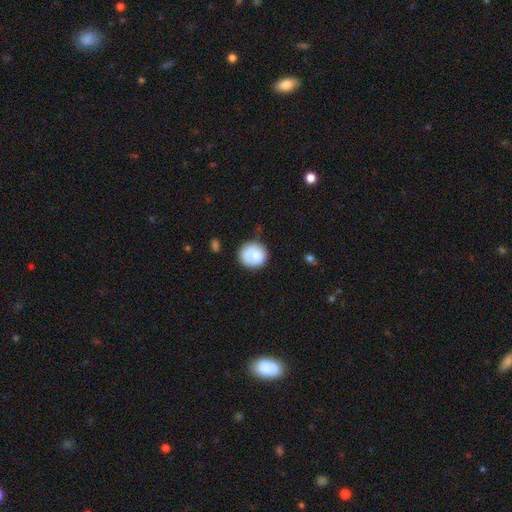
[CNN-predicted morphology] This appears to be a smooth galaxy with no disk features (69%) that is round (83%). Merging: none (65%).